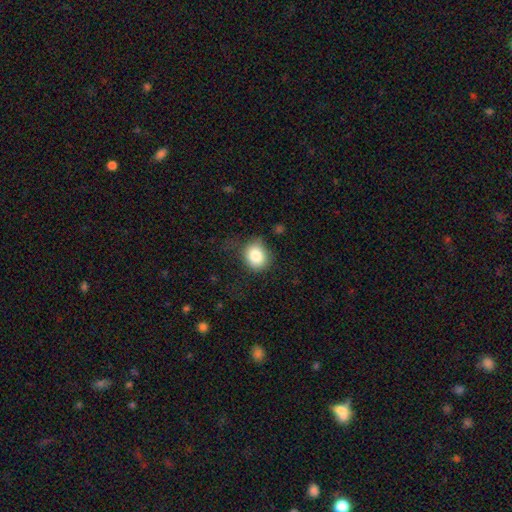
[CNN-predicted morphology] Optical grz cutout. It shows a smooth galaxy with no disk features (84%) that is round (62%). Merging: none (66%).